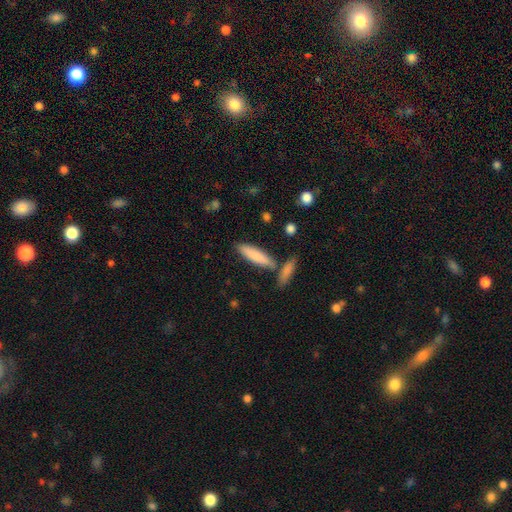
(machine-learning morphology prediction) A smooth galaxy with no disk features (81%) that is cigar-shaped (71%). Merging: none (71%).